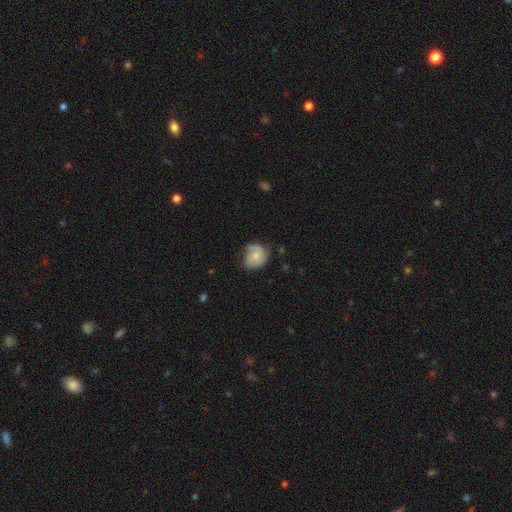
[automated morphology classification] type=featured or disk (47%); merging=none (51%).